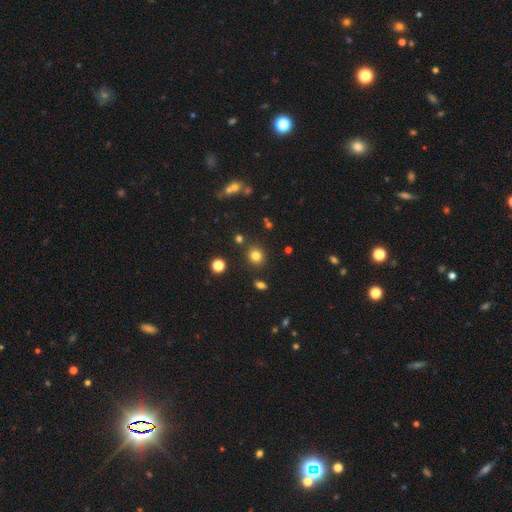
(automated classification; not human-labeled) The model was most divided on "smooth or featured": smooth: 79%, star or artifact: 15%, featured or disk: 6%. More confident: merging — none (85%); how rounded — round (83%).